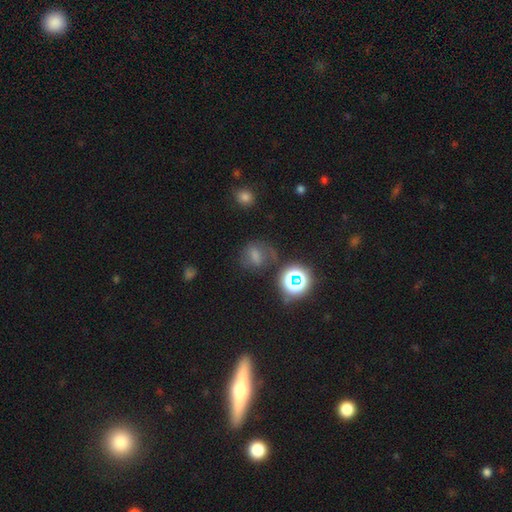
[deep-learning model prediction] This appears to be a smooth galaxy with no disk features (55%) that is round (55%). Merging: none (60%).